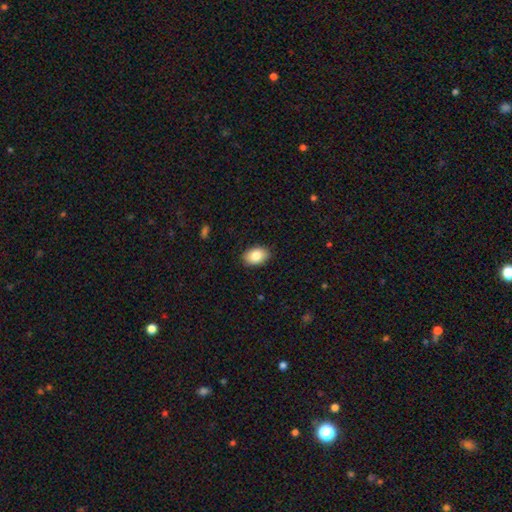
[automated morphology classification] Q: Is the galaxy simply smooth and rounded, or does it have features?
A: smooth — 85%.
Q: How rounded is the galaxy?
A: in between — 87%.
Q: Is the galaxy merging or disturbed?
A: none — 88%.